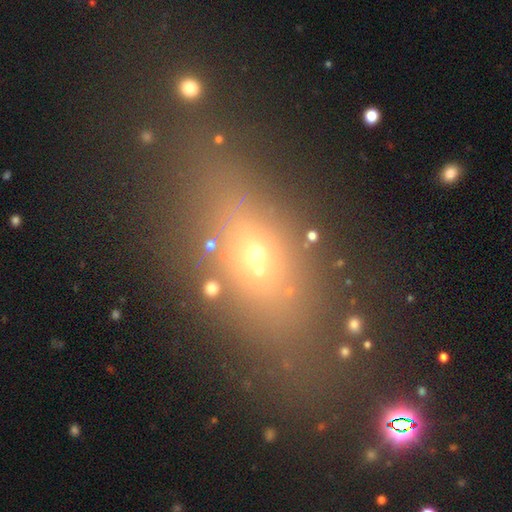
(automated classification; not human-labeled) A smooth galaxy with no disk features (49%). Merging: none (61%).